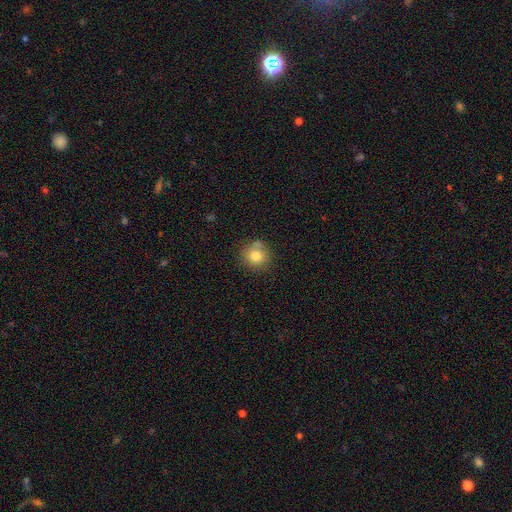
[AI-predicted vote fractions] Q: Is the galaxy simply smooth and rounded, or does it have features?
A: smooth — 79%.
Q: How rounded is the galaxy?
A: round — 90%.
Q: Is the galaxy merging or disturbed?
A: none — 71%.